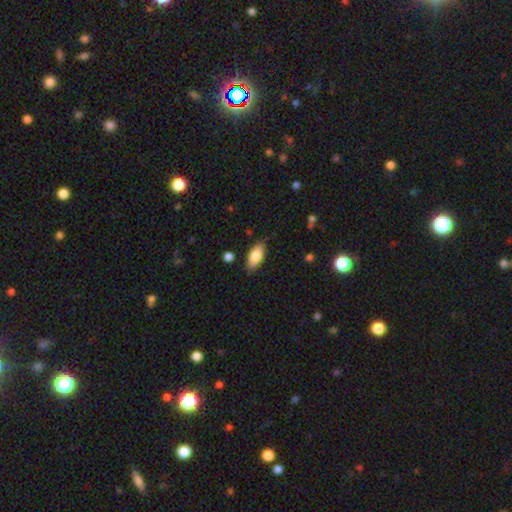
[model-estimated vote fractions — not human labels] A smooth galaxy with no disk features (79%) that is in between round and cigar-shaped (88%). Merging: none (82%).